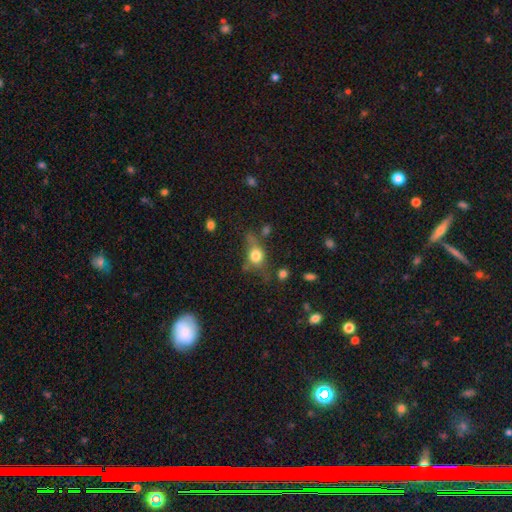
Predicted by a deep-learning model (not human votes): The model was most divided on "how rounded": round: 54%, in between: 40%, cigar-shaped: 6%. More confident: smooth or featured — smooth (66%); merging — none (51%).